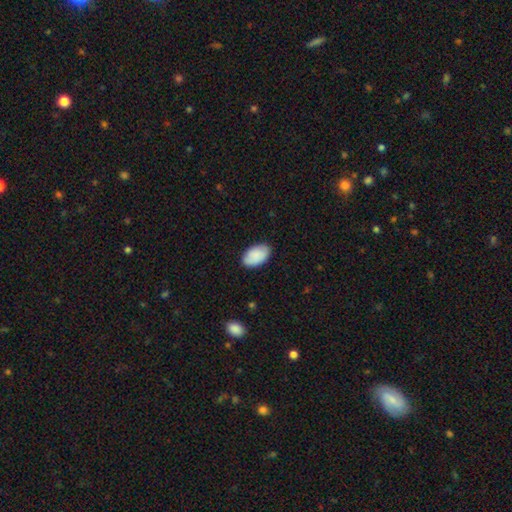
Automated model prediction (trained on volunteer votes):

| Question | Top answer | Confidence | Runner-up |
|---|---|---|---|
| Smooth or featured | smooth | 88% | star or artifact (6%) |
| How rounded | in between | 94% | round (5%) |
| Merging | none | 85% | minor disturbance (12%) |